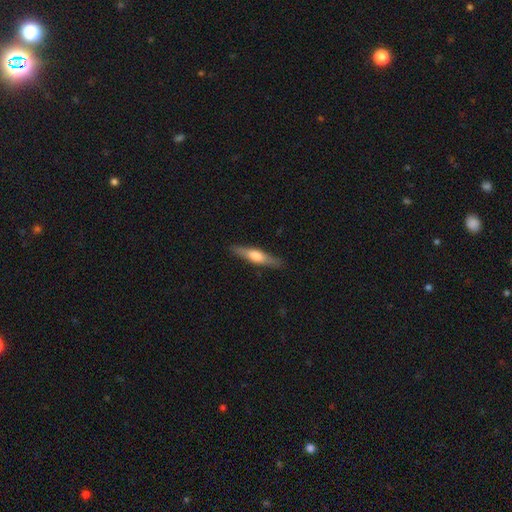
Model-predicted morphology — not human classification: A featured or disk galaxy (52%) viewed edge-on (94%).

Vote fractions:
- Smooth or featured? featured or disk: 52% / smooth: 43% / star or artifact: 5%
- Edge-on disk? yes: 94% / no: 6%
- Merging? none: 88% / minor disturbance: 9% / major disturbance: 2% / merger: 1%